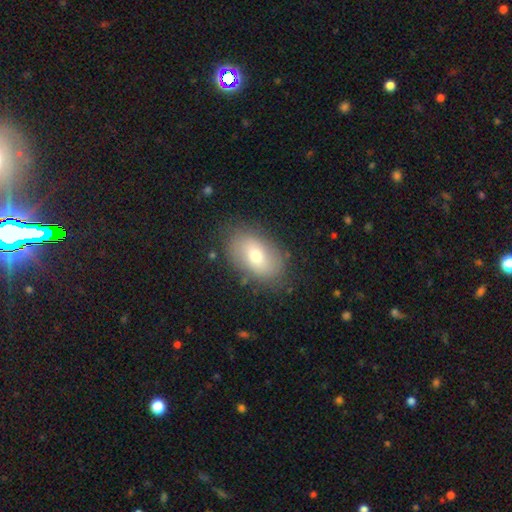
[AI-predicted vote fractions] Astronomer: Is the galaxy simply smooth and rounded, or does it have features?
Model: smooth — 68%.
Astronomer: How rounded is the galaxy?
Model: in between — 90%.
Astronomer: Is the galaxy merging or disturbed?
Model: none — 81%.